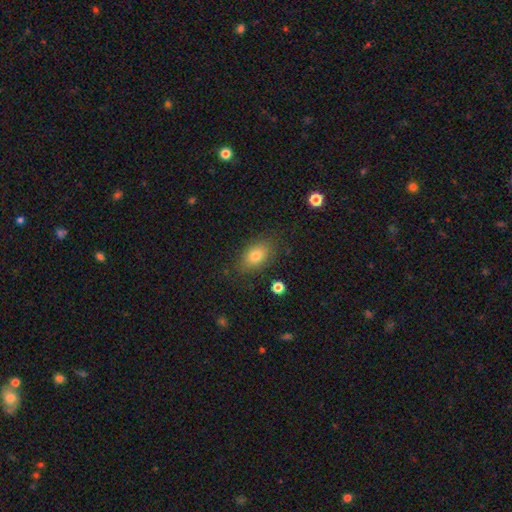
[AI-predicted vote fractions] Q: Smooth or featured?
A: smooth (78%); runner-up: featured or disk (12%)
Q: How rounded?
A: in between (85%); runner-up: round (13%)
Q: Merging?
A: none (81%); runner-up: minor disturbance (13%)